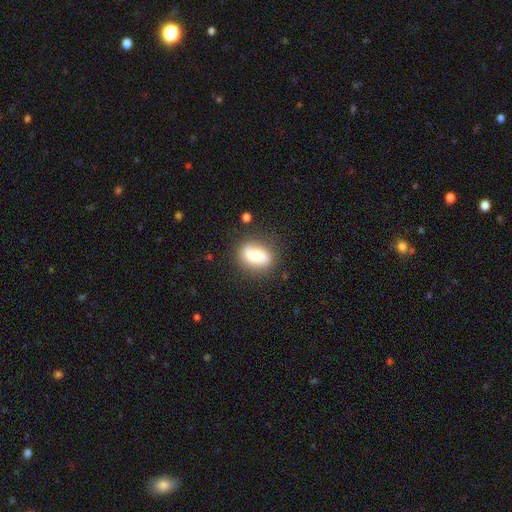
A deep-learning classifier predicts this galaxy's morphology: This is likely a smooth galaxy (74%). How rounded: clearly in between (81%). Merging: likely none (71%).